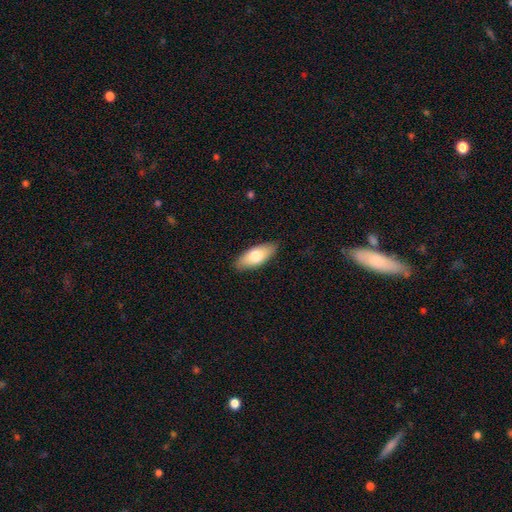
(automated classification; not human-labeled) Smooth or featured?
  - smooth: 73% *
  - featured or disk: 21%
  - star or artifact: 6%
How rounded?
  - in between: 82% *
  - cigar-shaped: 15%
  - round: 2%
Merging?
  - none: 88% *
  - minor disturbance: 10%
  - major disturbance: 2%
  - merger: 1%